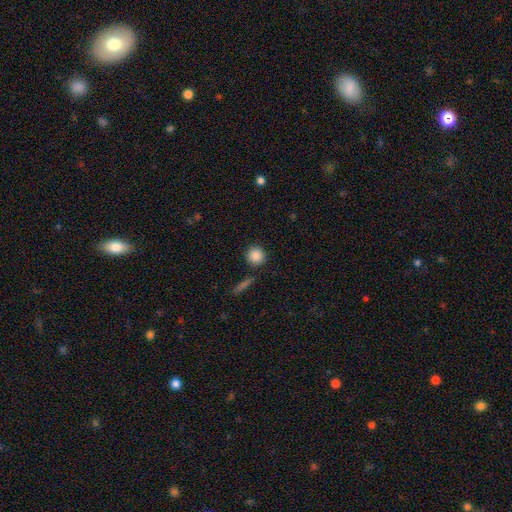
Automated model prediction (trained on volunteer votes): This appears to be a smooth galaxy with no disk features (87%) that is round (93%). Merging: none (87%).